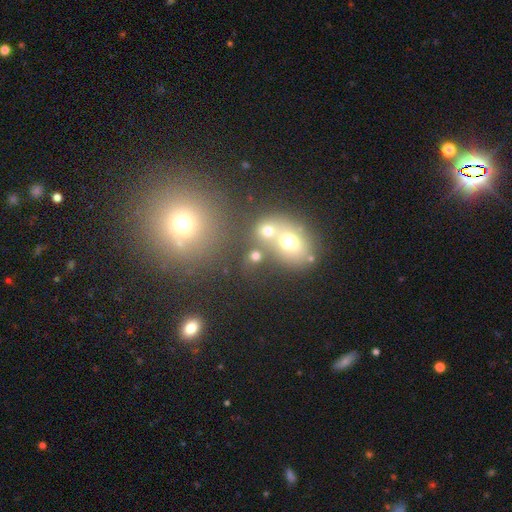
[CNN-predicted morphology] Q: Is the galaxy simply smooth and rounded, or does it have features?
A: smooth — 62%.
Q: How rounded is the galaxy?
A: round — 64%.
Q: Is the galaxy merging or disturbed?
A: merger — 43%, tied with none.